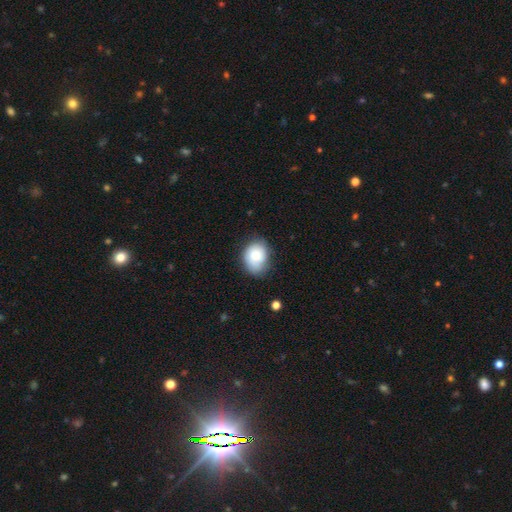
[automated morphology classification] smooth_or_featured: smooth (p=0.77) [alt: featured or disk p=0.15]
how_rounded: in between (p=0.57) [alt: round p=0.42]
merging: none (p=0.64) [alt: minor disturbance p=0.28]